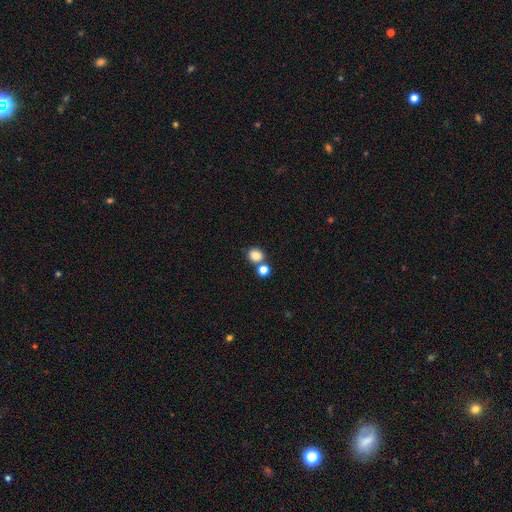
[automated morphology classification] Smooth or featured: smooth — 83% (star or artifact — 11%)
How rounded: round — 75% (in between — 24%)
Merging: none — 60% (merger — 29%)